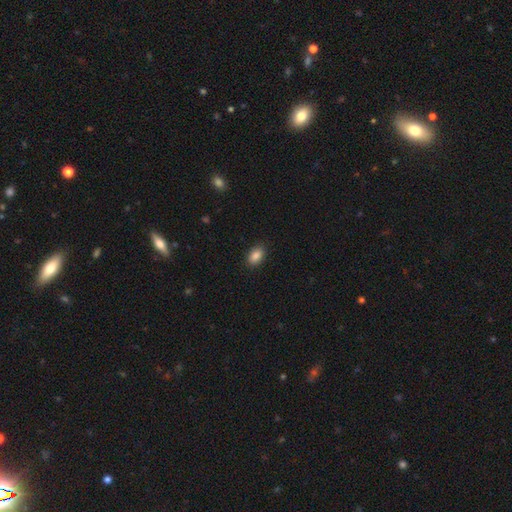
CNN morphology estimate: smooth-or-featured: smooth: 87% | star or artifact: 8% | featured or disk: 4%
  how-rounded: in between: 89% | round: 10% | cigar-shaped: 2%
  merging: none: 88% | minor disturbance: 8% | major disturbance: 2% | merger: 1%